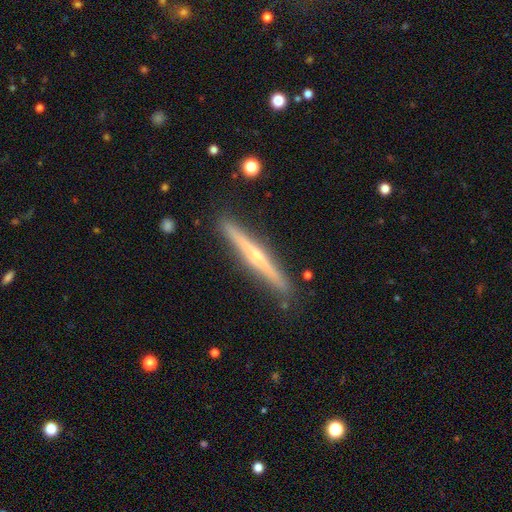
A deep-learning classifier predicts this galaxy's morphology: The model was most divided on "smooth or featured": featured or disk: 71%, smooth: 23%, star or artifact: 6%. More confident: edge-on disk — yes (98%); merging — none (89%); edge-on bulge — rounded (76%).